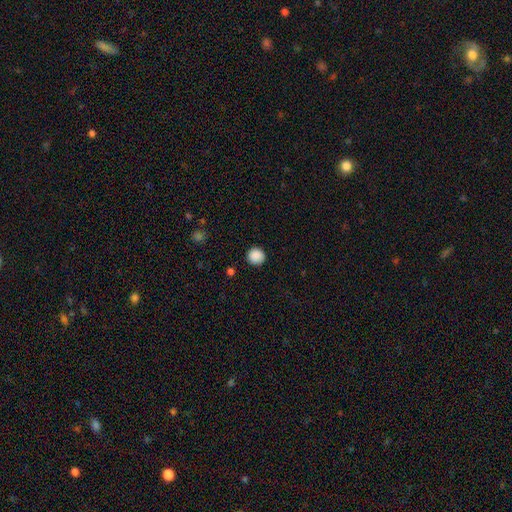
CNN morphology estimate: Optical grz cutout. It shows a smooth galaxy with no disk features (88%) that is round (93%). Merging: none (90%).